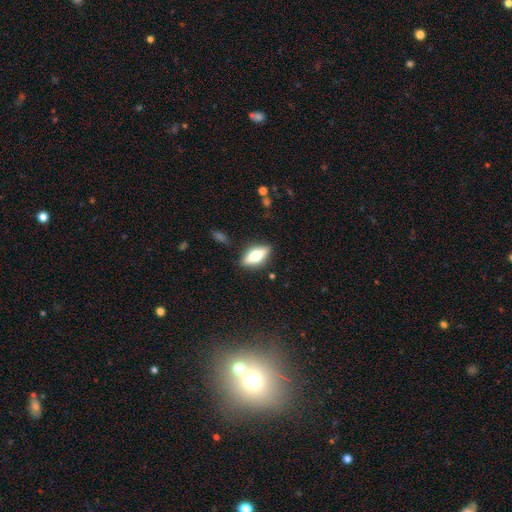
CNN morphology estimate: smooth_or_featured: smooth (p=0.52) [alt: featured or disk p=0.41]
how_rounded: in between (p=0.73) [alt: cigar-shaped p=0.22]
merging: none (p=0.85) [alt: minor disturbance p=0.10]